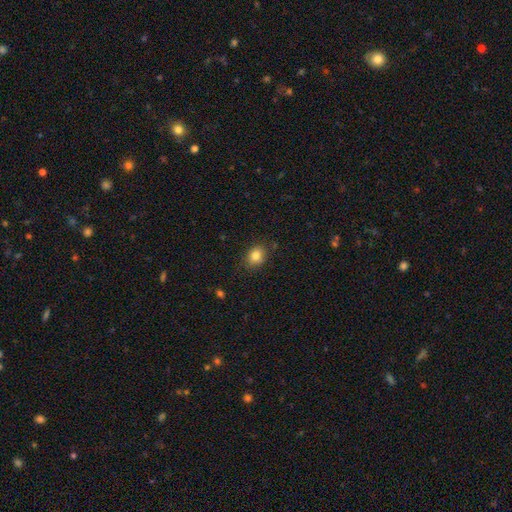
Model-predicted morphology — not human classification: This is clearly a smooth galaxy (83%). How rounded: possibly in between (53%). Merging: clearly none (84%).